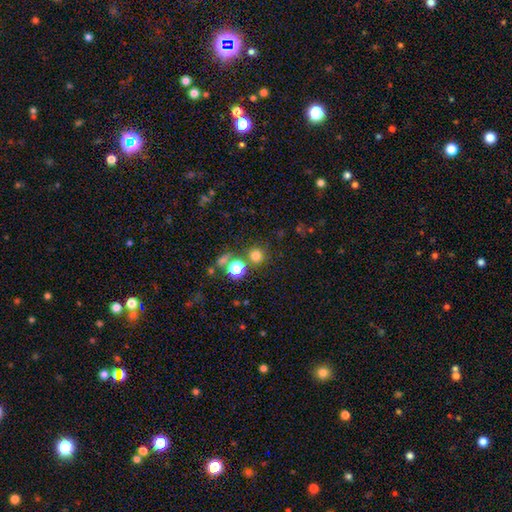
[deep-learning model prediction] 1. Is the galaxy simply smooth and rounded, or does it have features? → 72% smooth, 21% star or artifact, 7% featured or disk.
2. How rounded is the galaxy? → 93% round, 6% in between, 1% cigar-shaped.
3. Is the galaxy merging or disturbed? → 77% none, 12% merger, 8% minor disturbance, 4% major disturbance.